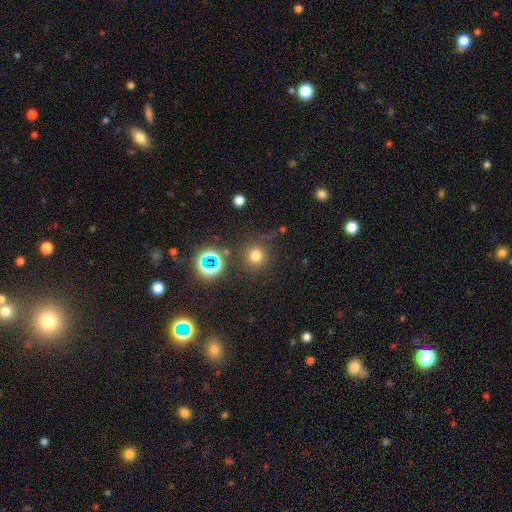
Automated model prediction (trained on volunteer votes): This appears to be a smooth galaxy with no disk features (72%) that is round (92%). Merging: none (81%).